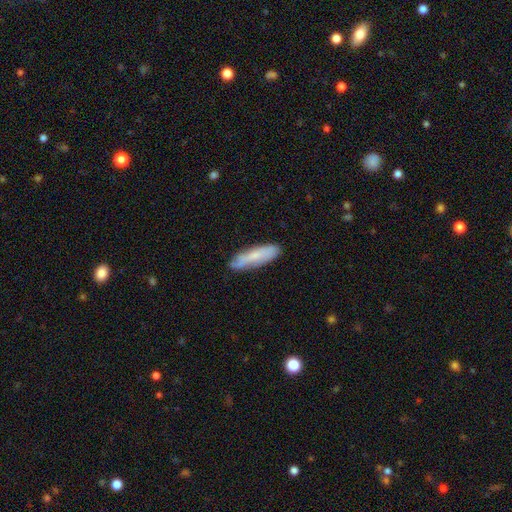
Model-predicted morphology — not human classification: Smooth or featured? Predicted: smooth (p=0.64). How rounded? Predicted: cigar-shaped (p=0.69). Merging? Predicted: none (p=0.78).